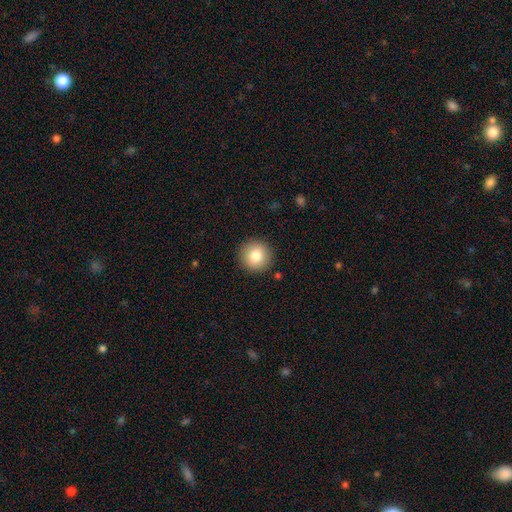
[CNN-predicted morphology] Smooth or featured? smooth (82%)
How rounded? round (95%)
Merging? none (91%)